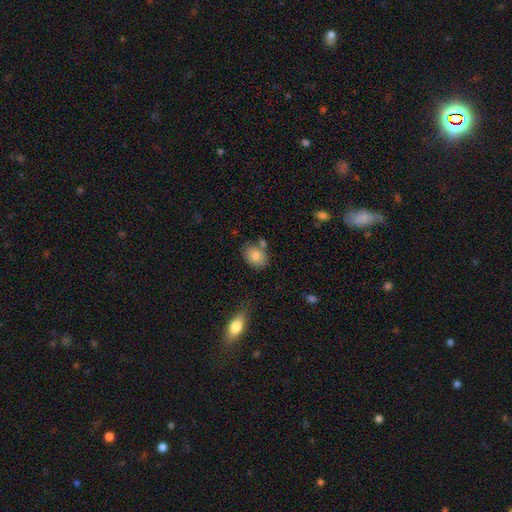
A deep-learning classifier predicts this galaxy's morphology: The model was most divided on "how rounded": in between: 66%, round: 33%, cigar-shaped: 1%. More confident: smooth or featured — smooth (82%); merging — none (67%).